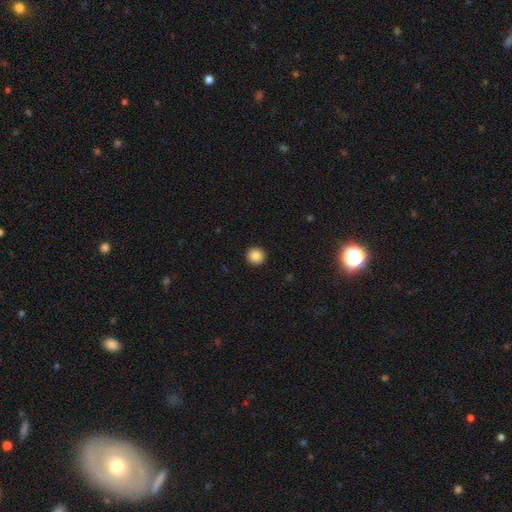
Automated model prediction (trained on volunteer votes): Smooth or featured? smooth (87%)
How rounded? round (95%)
Merging? none (93%)